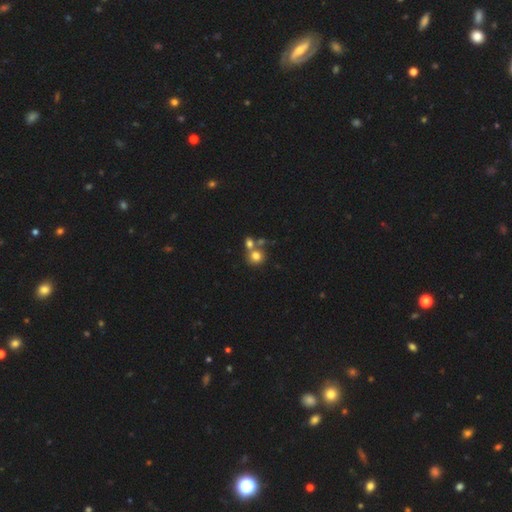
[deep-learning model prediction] Overall: smooth (76%). How rounded: round (83%). Merging: none (46%; merger 43%).